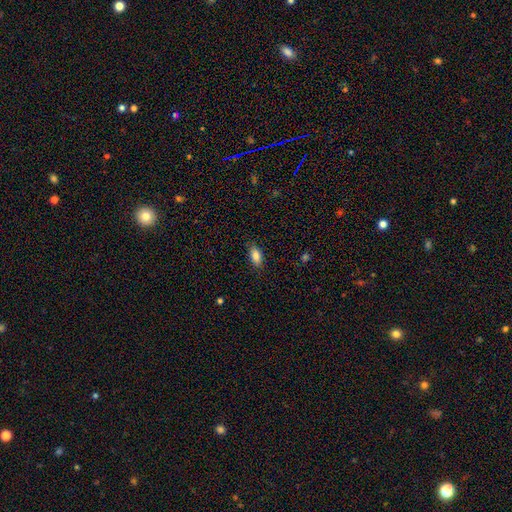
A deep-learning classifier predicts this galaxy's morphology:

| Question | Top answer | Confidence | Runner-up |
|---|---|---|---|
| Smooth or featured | smooth | 85% | star or artifact (8%) |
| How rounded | in between | 89% | cigar-shaped (8%) |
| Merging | none | 87% | minor disturbance (10%) |